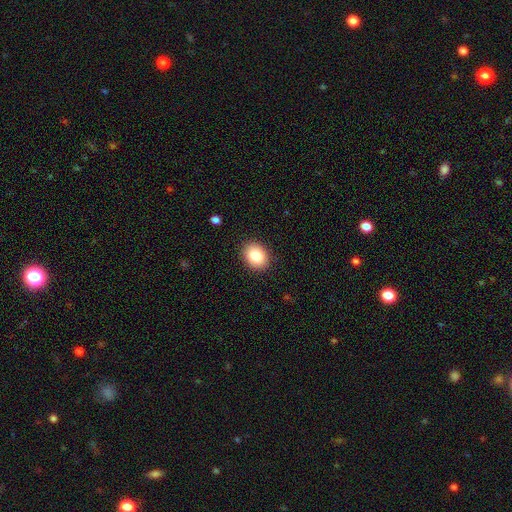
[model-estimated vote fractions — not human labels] This is clearly a smooth galaxy (86%). How rounded: likely in between (61%). Merging: clearly none (89%).